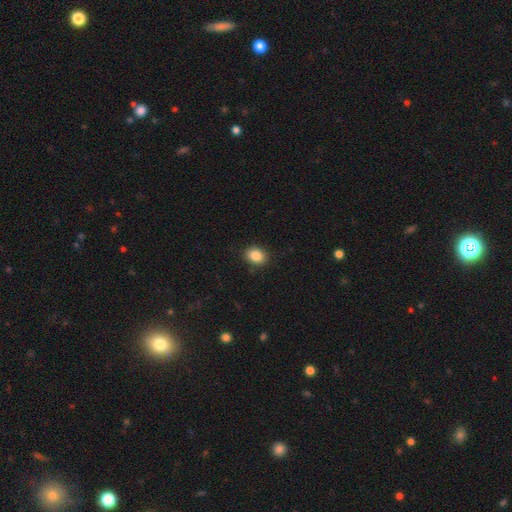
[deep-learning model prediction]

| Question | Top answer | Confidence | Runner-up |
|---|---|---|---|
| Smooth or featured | smooth | 86% | star or artifact (9%) |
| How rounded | in between | 56% | round (43%) |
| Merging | none | 88% | minor disturbance (9%) |